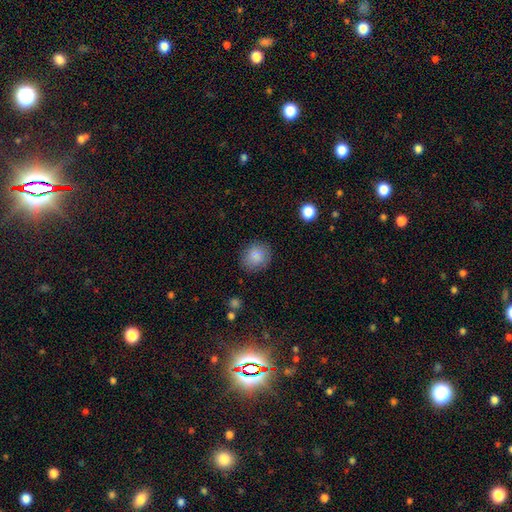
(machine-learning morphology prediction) smooth 84%, star or artifact 9%, featured or disk 7%. Down the decision tree: how rounded — round (75%); merging — none (82%).